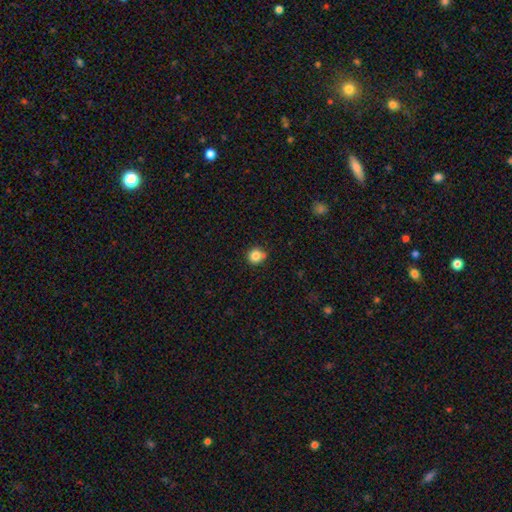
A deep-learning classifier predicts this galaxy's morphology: Smooth or featured: smooth — 84% (star or artifact — 11%)
How rounded: round — 91% (in between — 8%)
Merging: none — 77% (minor disturbance — 14%)